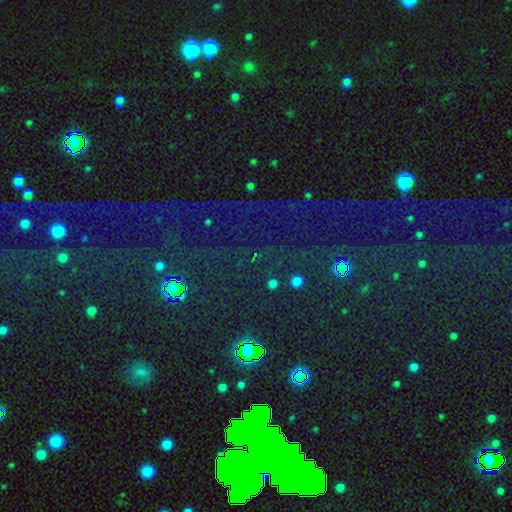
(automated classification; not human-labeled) This is likely a star or artifact rather than a galaxy (77%).